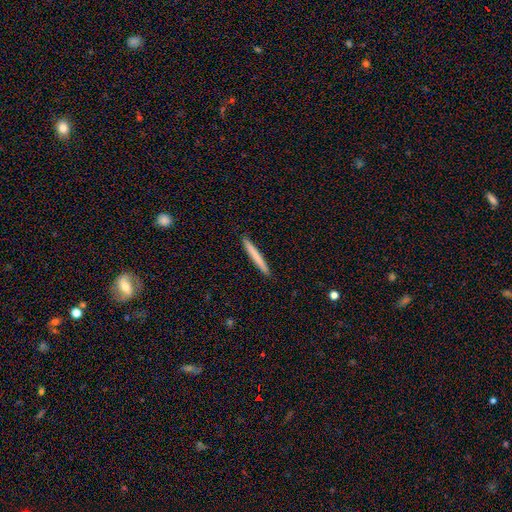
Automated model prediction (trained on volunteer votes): The model was most divided on "smooth or featured": smooth: 72%, featured or disk: 22%, star or artifact: 5%. More confident: how rounded — cigar-shaped (97%); merging — none (93%).